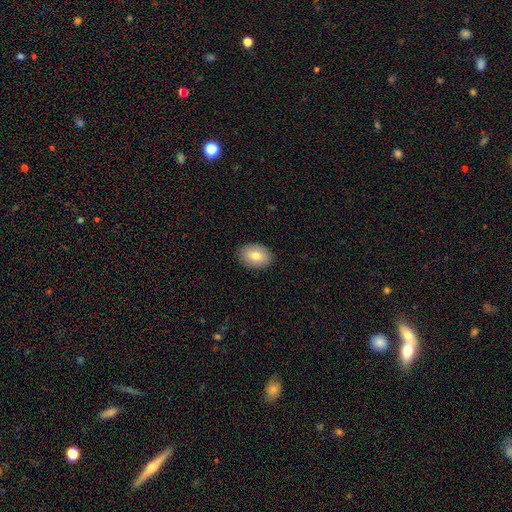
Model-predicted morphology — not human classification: smooth 79%, featured or disk 14%, star or artifact 8%. Down the decision tree: how rounded — in between (75%); merging — none (89%).